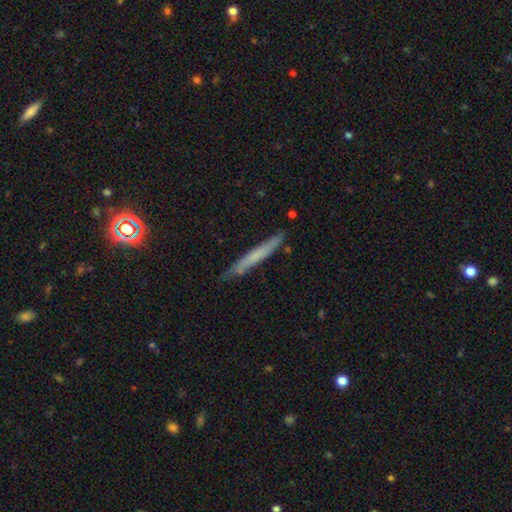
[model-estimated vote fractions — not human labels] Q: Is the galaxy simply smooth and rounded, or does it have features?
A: smooth — 53%.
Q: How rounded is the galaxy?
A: cigar-shaped — 96%.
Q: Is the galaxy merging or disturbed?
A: none — 83%.